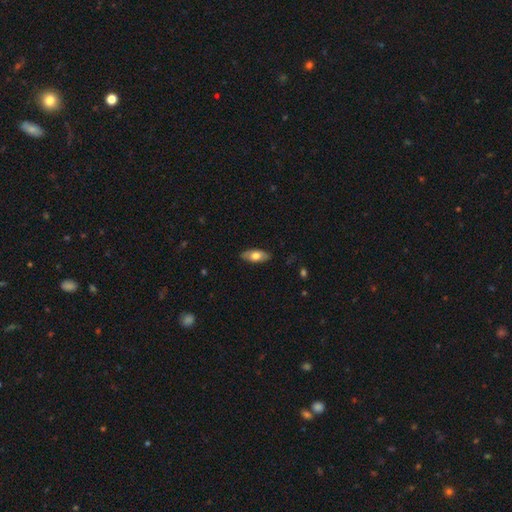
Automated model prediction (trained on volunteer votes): Morphology: type=smooth (66%); roundness=in between (87%); merging=none (86%).